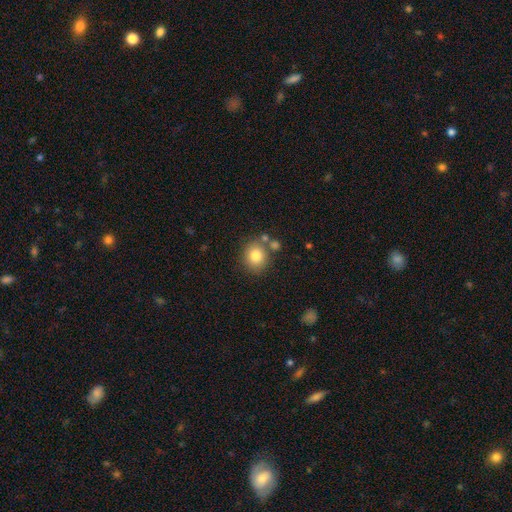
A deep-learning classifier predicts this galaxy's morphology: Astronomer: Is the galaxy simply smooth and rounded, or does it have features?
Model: smooth — 81%.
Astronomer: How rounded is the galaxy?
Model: round — 76%.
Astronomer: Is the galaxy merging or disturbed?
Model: none — 70%.